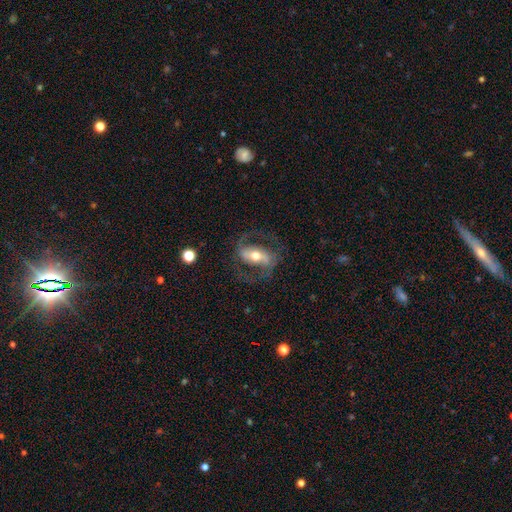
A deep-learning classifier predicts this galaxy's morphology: Overall: featured or disk (79%). Edge-on disk: no (94%). Bar: strong (50%; weak 31%). Spiral arms: yes (86%). Spiral arm count: 2 (89%). Spiral winding: medium (55%; loose 27%). Bulge size: moderate (69%). Merging: none (72%).